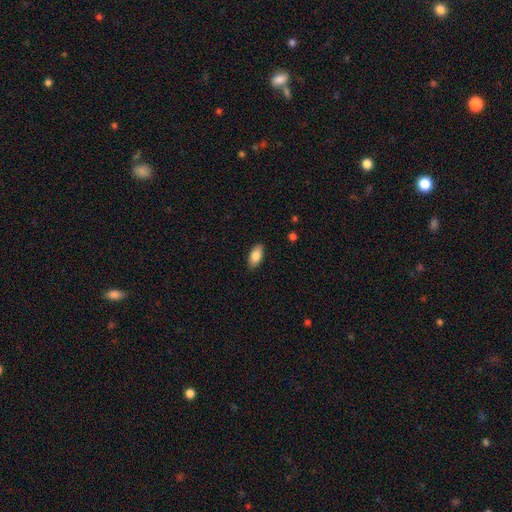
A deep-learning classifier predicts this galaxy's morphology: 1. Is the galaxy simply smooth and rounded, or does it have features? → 84% smooth, 9% featured or disk, 7% star or artifact.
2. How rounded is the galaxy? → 91% in between, 6% cigar-shaped, 3% round.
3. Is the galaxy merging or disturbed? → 89% none, 9% minor disturbance, 2% major disturbance, 1% merger.